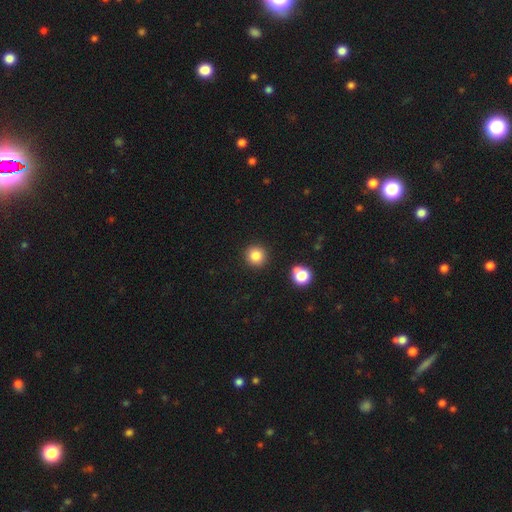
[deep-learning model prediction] This is clearly a smooth galaxy (84%). How rounded: clearly round (93%). Merging: clearly none (90%).